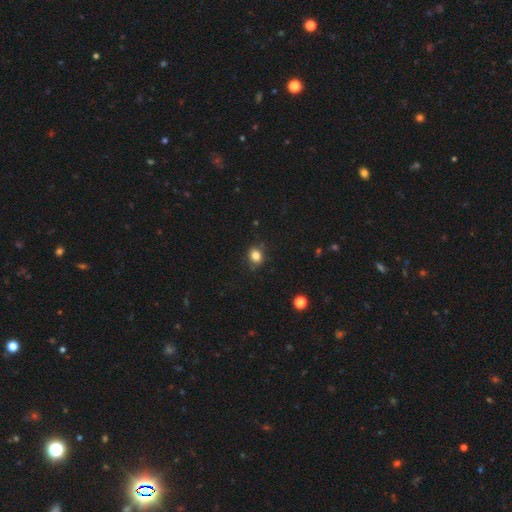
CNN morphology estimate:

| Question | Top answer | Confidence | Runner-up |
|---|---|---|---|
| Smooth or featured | smooth | 83% | star or artifact (11%) |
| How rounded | round | 57% | in between (42%) |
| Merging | none | 78% | minor disturbance (17%) |